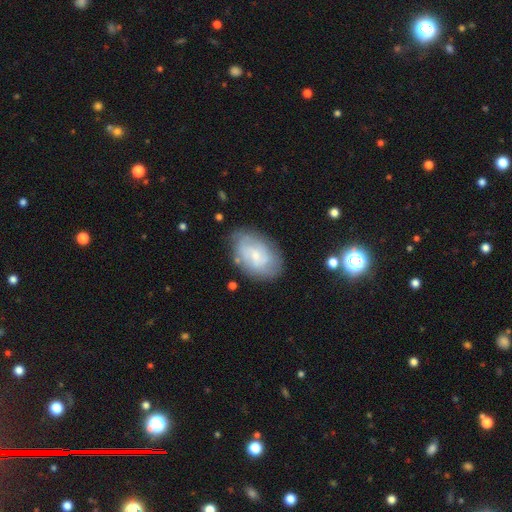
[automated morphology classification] Smooth or featured? Predicted: featured or disk (p=0.51). Edge-on disk? Predicted: no (p=0.96). Merging? Predicted: none (p=0.69).